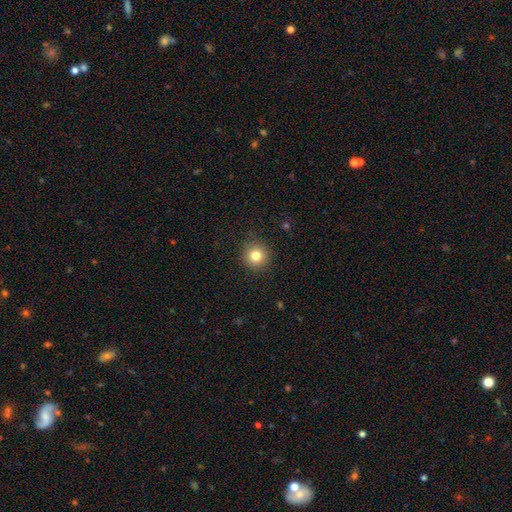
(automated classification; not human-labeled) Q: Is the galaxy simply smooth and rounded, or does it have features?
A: smooth — 81%.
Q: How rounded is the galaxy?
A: round — 94%.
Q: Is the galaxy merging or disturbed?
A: none — 91%.